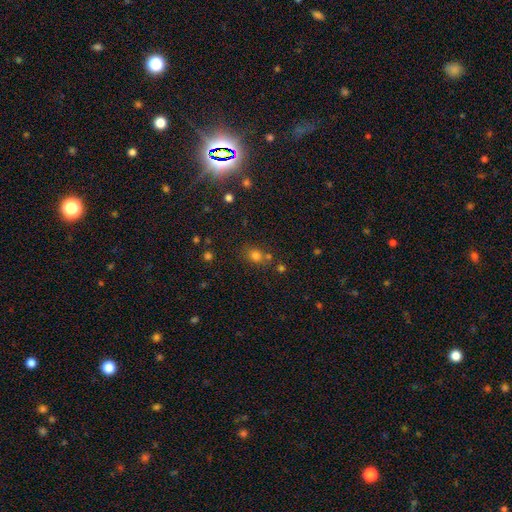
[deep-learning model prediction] This is likely a smooth galaxy (74%). How rounded: possibly round (60%). Merging: likely none (64%).